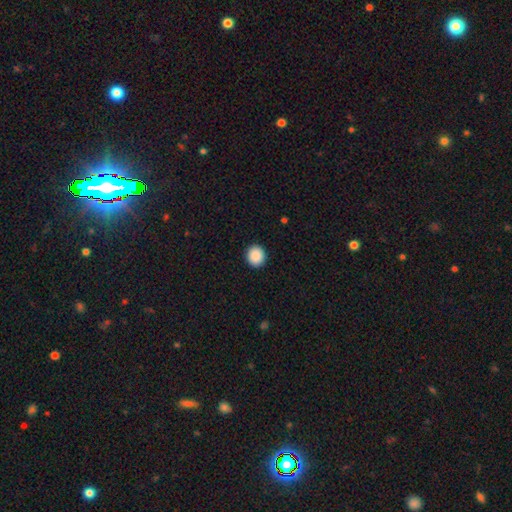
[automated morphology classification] smooth_or_featured: smooth (p=0.90) [alt: star or artifact p=0.08]
how_rounded: round (p=0.87) [alt: in between p=0.12]
merging: none (p=0.93) [alt: minor disturbance p=0.05]